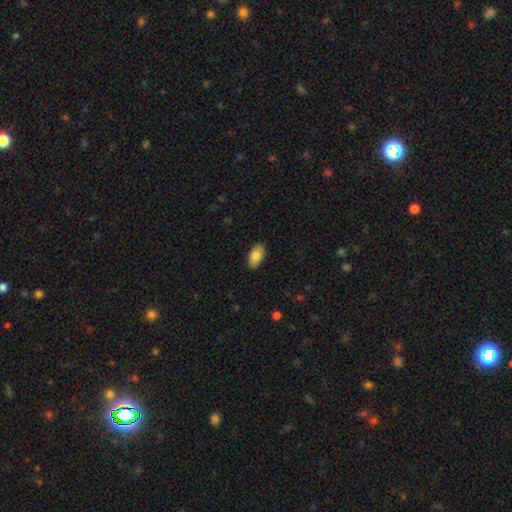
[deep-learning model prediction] This is clearly a smooth galaxy (83%). How rounded: clearly in between (94%). Merging: clearly none (87%).